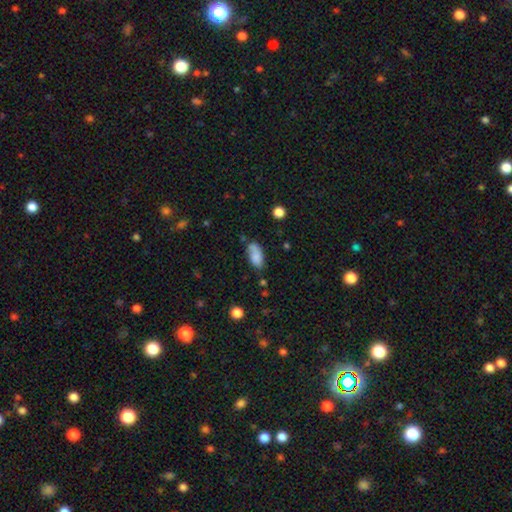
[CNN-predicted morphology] A smooth galaxy with no disk features (81%) that is in between round and cigar-shaped (89%).

Vote fractions:
- Smooth or featured? smooth: 81% / featured or disk: 11% / star or artifact: 8%
- How rounded? in between: 89% / cigar-shaped: 8% / round: 3%
- Merging? none: 58% / minor disturbance: 25% / merger: 9% / major disturbance: 7%